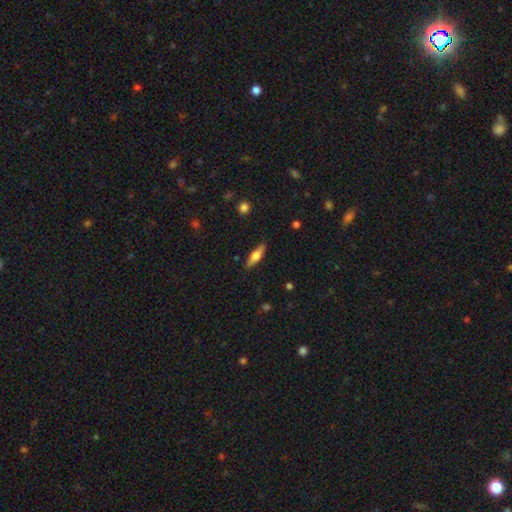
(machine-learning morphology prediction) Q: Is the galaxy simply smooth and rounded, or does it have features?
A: smooth — 55%.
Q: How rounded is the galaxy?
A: cigar-shaped — 61%.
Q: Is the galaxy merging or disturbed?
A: none — 87%.